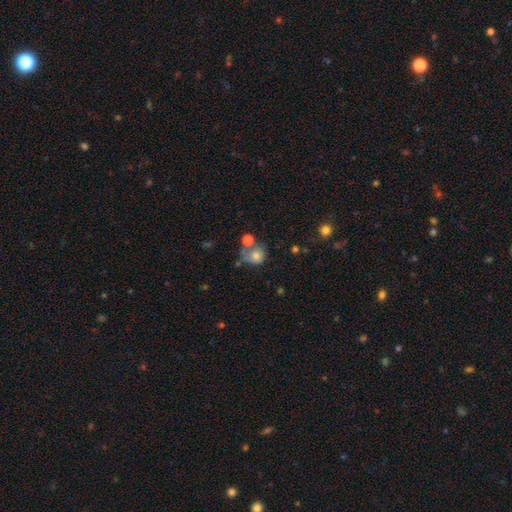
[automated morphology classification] type=smooth (71%); roundness=round (72%); merging=none (32%).